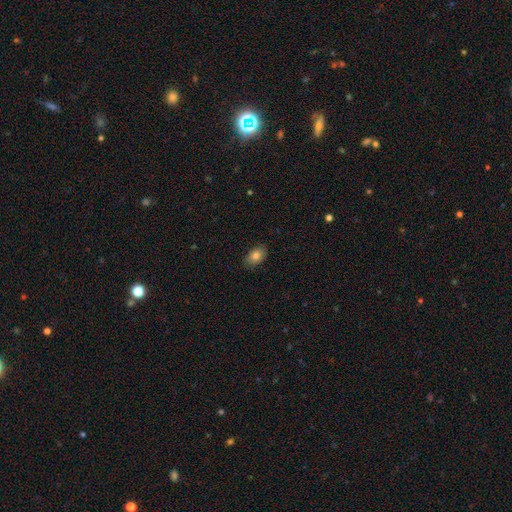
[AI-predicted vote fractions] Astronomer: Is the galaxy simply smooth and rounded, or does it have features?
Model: smooth — 82%.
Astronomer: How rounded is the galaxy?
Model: in between — 88%.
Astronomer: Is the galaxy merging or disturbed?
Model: none — 84%.